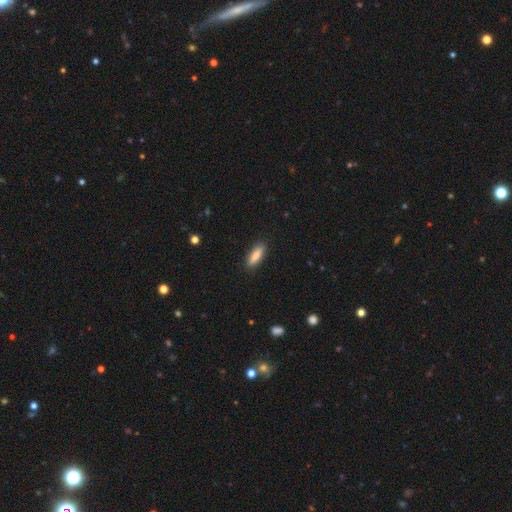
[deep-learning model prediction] smooth_or_featured: smooth (p=0.85) [alt: featured or disk p=0.09]
how_rounded: in between (p=0.49) [tied with: cigar-shaped p=0.49]
merging: none (p=0.88) [alt: minor disturbance p=0.09]